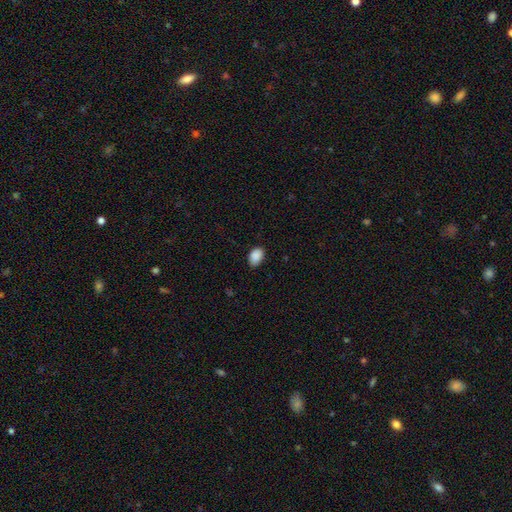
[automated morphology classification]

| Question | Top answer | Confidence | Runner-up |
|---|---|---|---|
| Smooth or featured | smooth | 89% | star or artifact (8%) |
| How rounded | in between | 81% | round (18%) |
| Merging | none | 80% | minor disturbance (17%) |